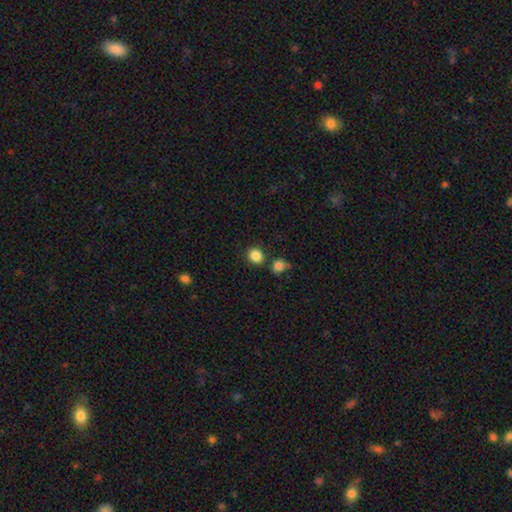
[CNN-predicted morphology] A smooth galaxy with no disk features (86%) that is round (83%).

Vote fractions:
- Smooth or featured? smooth: 86% / star or artifact: 11% / featured or disk: 4%
- How rounded? round: 83% / in between: 16% / cigar-shaped: 1%
- Merging? none: 81% / minor disturbance: 8% / merger: 8% / major disturbance: 3%